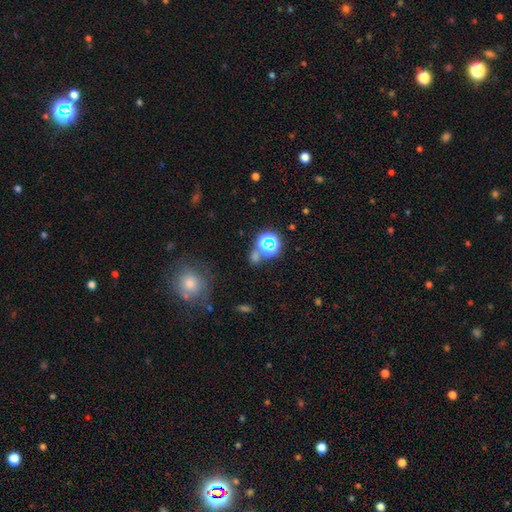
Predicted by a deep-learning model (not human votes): Smooth or featured? star or artifact (52%)